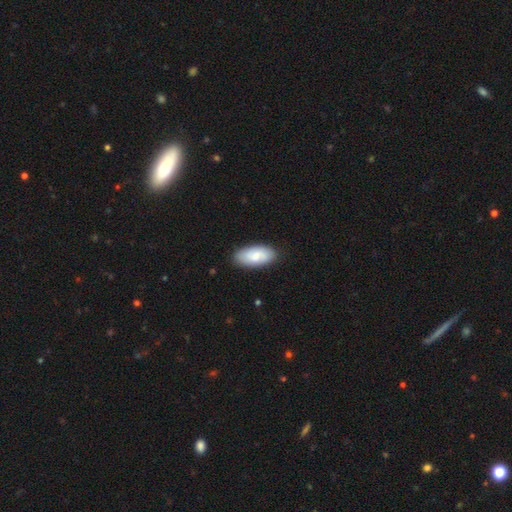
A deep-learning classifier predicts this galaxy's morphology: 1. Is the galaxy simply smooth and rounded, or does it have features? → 77% smooth, 18% featured or disk, 6% star or artifact.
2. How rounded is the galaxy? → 92% in between, 6% cigar-shaped, 2% round.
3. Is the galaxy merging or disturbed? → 85% none, 11% minor disturbance, 2% major disturbance, 1% merger.